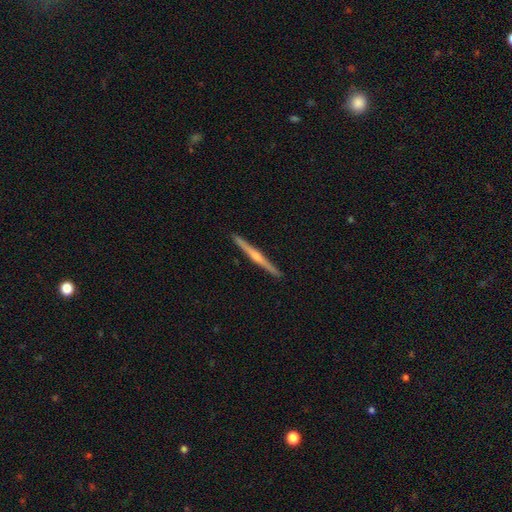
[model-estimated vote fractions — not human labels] Q: Smooth or featured?
A: featured or disk (75%); runner-up: smooth (18%)
Q: Edge-on disk?
A: yes (98%); runner-up: no (2%)
Q: Edge-on bulge?
A: rounded (78%); runner-up: none (16%)
Q: Merging?
A: none (91%); runner-up: minor disturbance (7%)